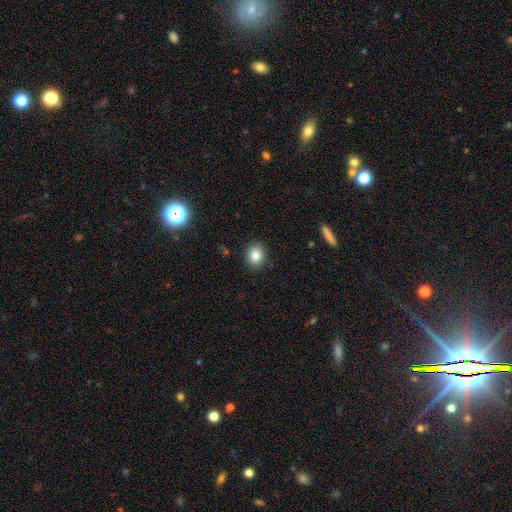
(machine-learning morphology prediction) smooth-or-featured: smooth: 84% | star or artifact: 10% | featured or disk: 6%
  how-rounded: round: 62% | in between: 37% | cigar-shaped: 1%
  merging: none: 88% | minor disturbance: 9% | major disturbance: 2% | merger: 1%